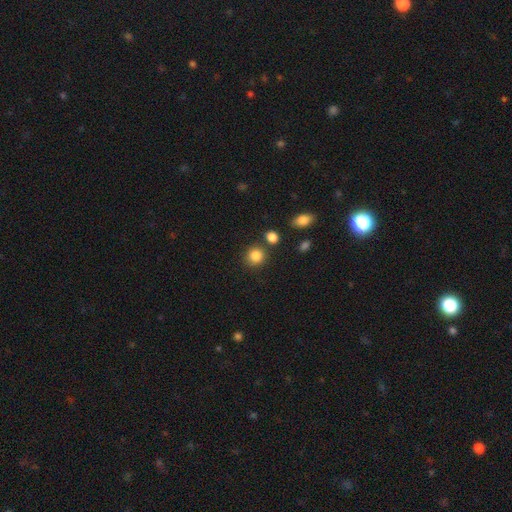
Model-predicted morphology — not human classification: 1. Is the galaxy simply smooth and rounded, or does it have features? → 85% smooth, 10% star or artifact, 5% featured or disk.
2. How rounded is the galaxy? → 88% round, 11% in between, 1% cigar-shaped.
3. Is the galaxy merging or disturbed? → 82% none, 8% minor disturbance, 7% merger, 3% major disturbance.